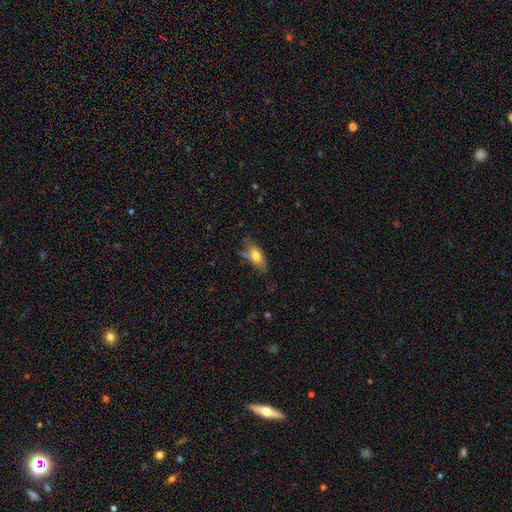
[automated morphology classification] This appears to be a smooth galaxy with no disk features (70%) that is in between round and cigar-shaped (78%). Merging: none (58%).